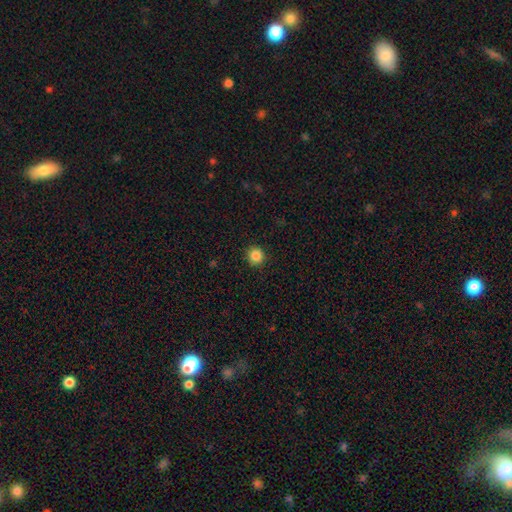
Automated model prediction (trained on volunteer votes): Overall: smooth (85%). How rounded: round (93%). Merging: none (92%).